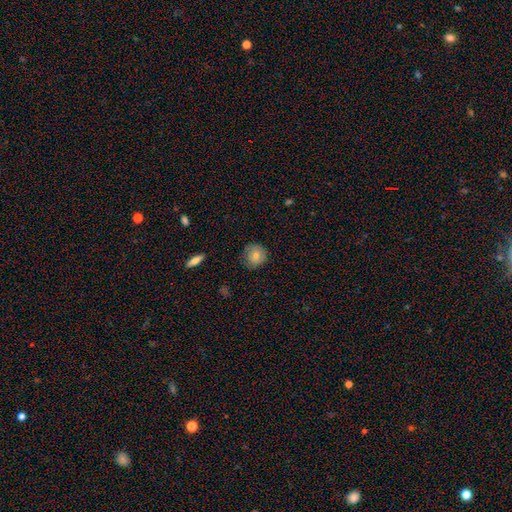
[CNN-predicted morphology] This appears to be a smooth galaxy with no disk features (78%) that is round (89%). Merging: none (77%).